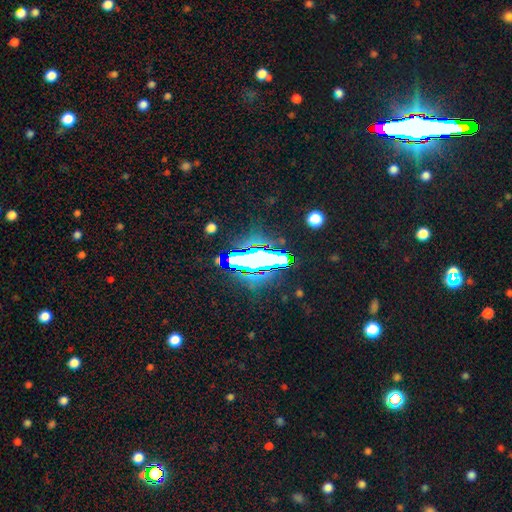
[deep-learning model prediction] A star or artifact, not a galaxy (69%).

Vote fractions:
- Smooth or featured? star or artifact: 69% / smooth: 16% / featured or disk: 15%